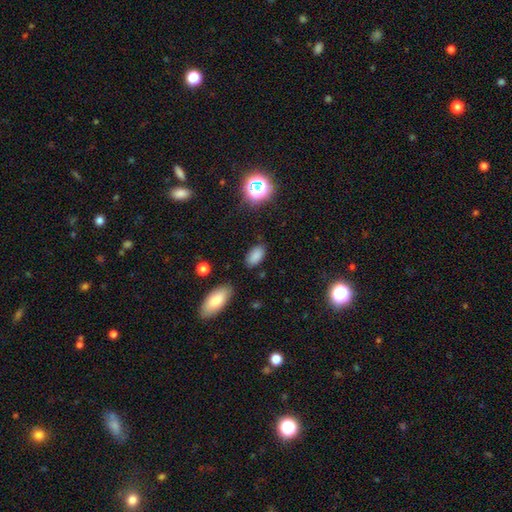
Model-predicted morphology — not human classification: smooth 83%, star or artifact 12%, featured or disk 5%. Down the decision tree: how rounded — in between (92%); merging — none (83%).